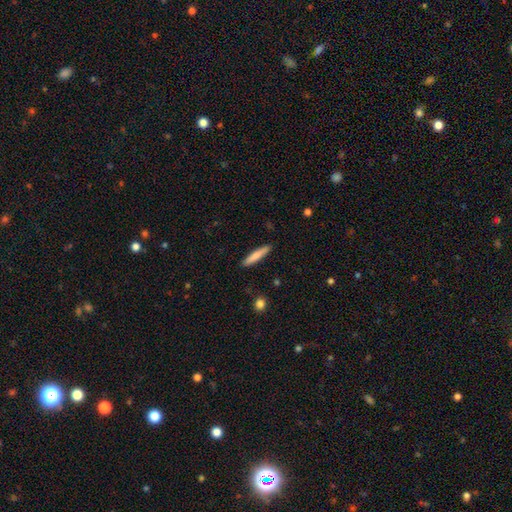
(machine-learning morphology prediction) smooth-or-featured: smooth: 77% | featured or disk: 17% | star or artifact: 5%
  how-rounded: cigar-shaped: 90% | in between: 8% | round: 1%
  merging: none: 90% | minor disturbance: 8% | major disturbance: 2% | merger: 1%